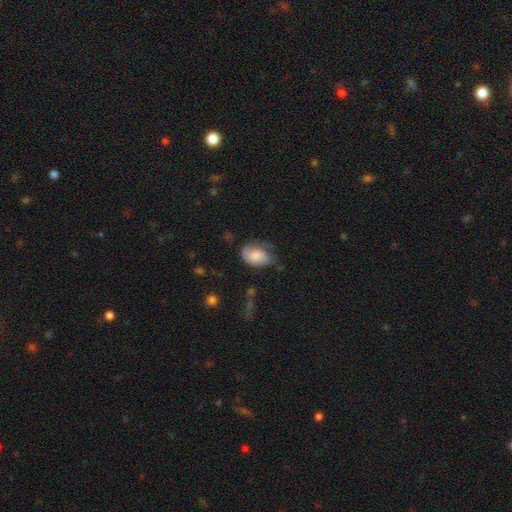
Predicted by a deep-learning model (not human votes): A smooth galaxy with no disk features (66%) that is in between round and cigar-shaped (86%). Merging: none (42%).